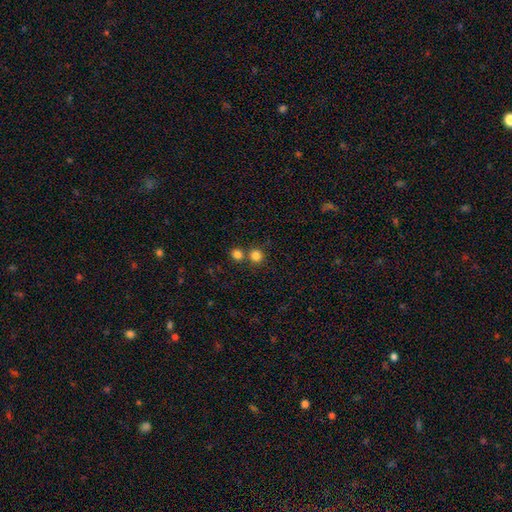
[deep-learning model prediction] A smooth galaxy with no disk features (82%) that is round (91%). Merging: none (67%).